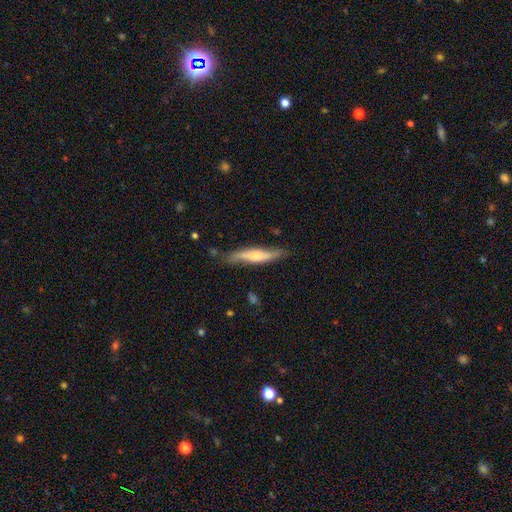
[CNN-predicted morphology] smooth-or-featured: smooth: 48% | featured or disk: 47% | star or artifact: 5%
  merging: none: 75% | minor disturbance: 19% | major disturbance: 4% | merger: 2%